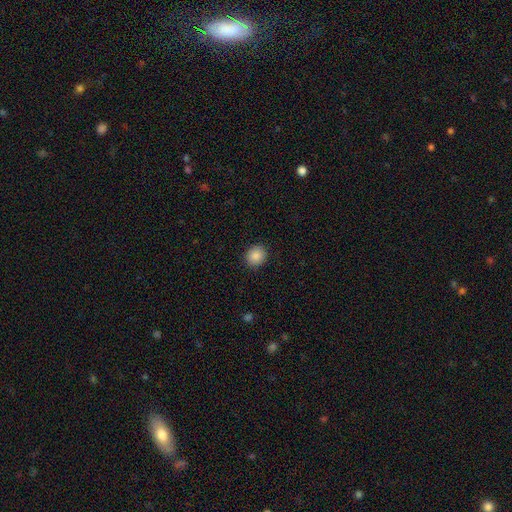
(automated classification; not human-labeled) smooth-or-featured: smooth: 87% | star or artifact: 9% | featured or disk: 4%
  how-rounded: round: 79% | in between: 20% | cigar-shaped: 1%
  merging: none: 90% | minor disturbance: 7% | major disturbance: 2% | merger: 1%